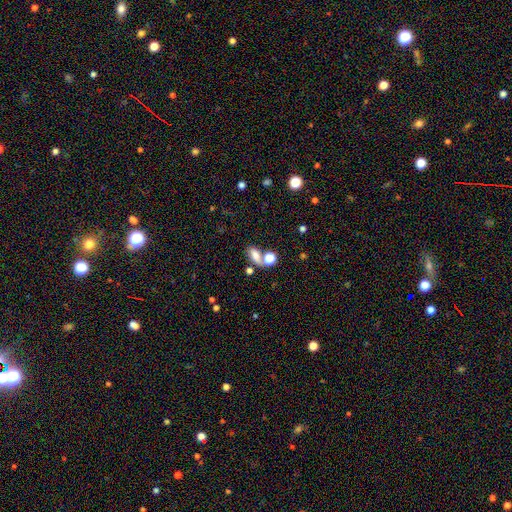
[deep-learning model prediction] Smooth or featured? smooth (73%)
How rounded? in between (79%)
Merging? none (41%)